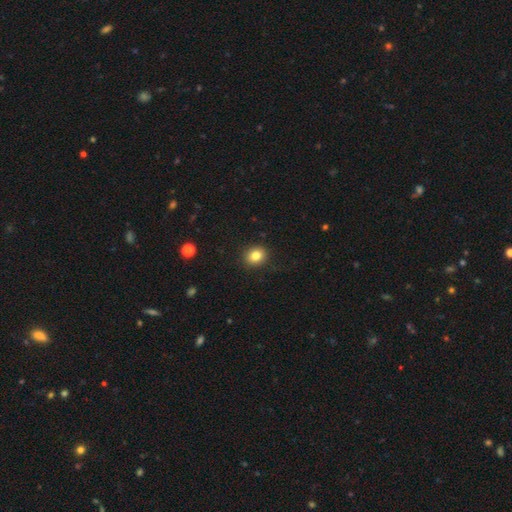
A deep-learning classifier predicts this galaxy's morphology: smooth_or_featured: smooth (p=0.82) [alt: star or artifact p=0.11]
how_rounded: round (p=0.70) [alt: in between p=0.29]
merging: none (p=0.90) [alt: minor disturbance p=0.07]